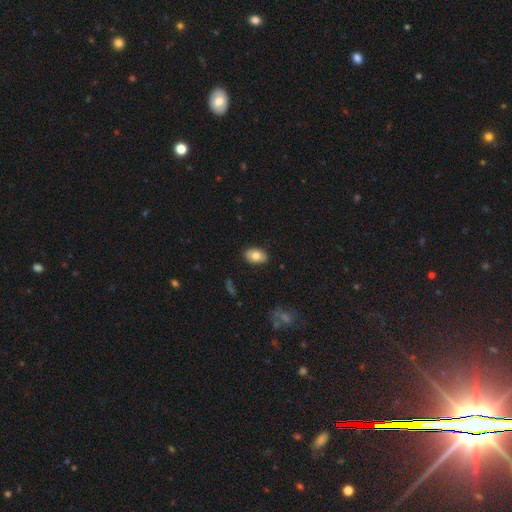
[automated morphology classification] type=smooth (77%); roundness=in between (90%); merging=none (87%).